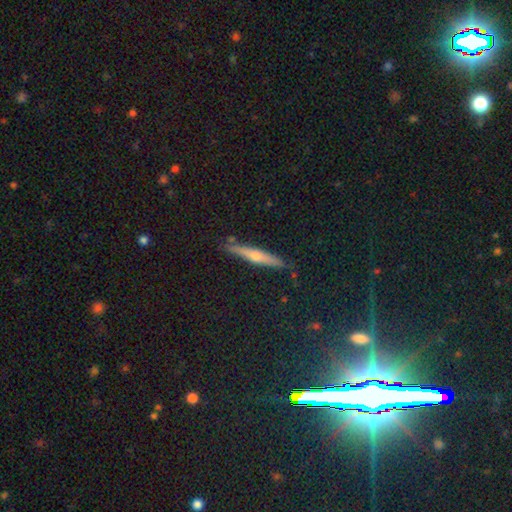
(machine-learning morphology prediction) Smooth or featured? Predicted: featured or disk (p=0.52). Edge-on disk? Predicted: yes (p=0.94). Merging? Predicted: none (p=0.86).